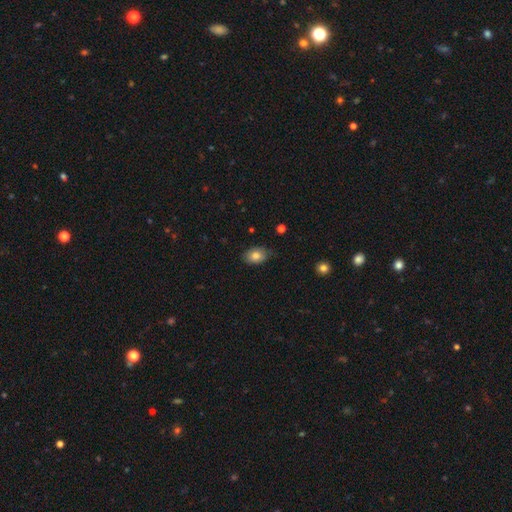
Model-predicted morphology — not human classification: This is clearly a smooth galaxy (81%). How rounded: likely in between (80%). Merging: likely none (73%).